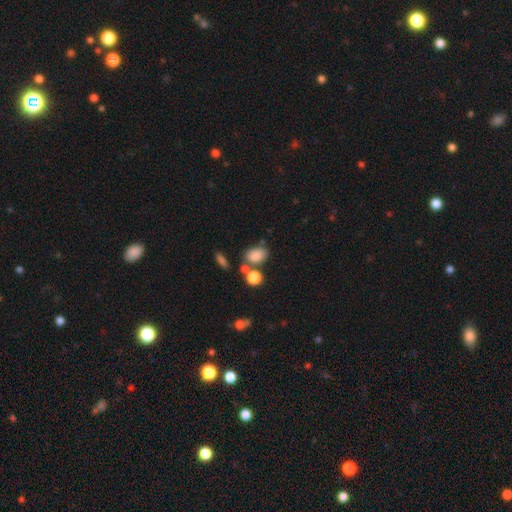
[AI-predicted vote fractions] A smooth galaxy with no disk features (82%) that is in between round and cigar-shaped (74%).

Vote fractions:
- Smooth or featured? smooth: 82% / star or artifact: 11% / featured or disk: 7%
- How rounded? in between: 74% / round: 25% / cigar-shaped: 2%
- Merging? none: 57% / merger: 24% / minor disturbance: 14% / major disturbance: 5%